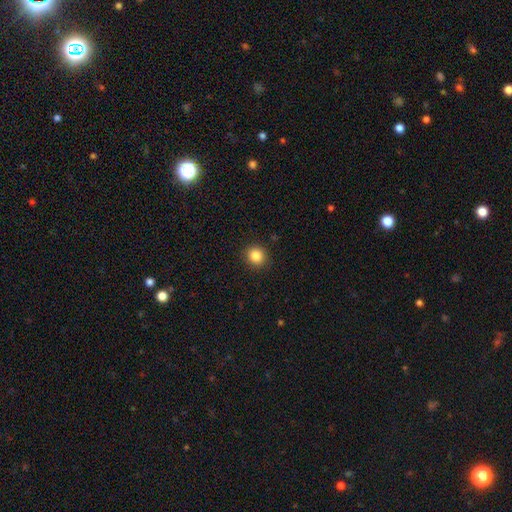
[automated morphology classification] Smooth or featured? Predicted: smooth (p=0.85). How rounded? Predicted: round (p=0.89). Merging? Predicted: none (p=0.91).